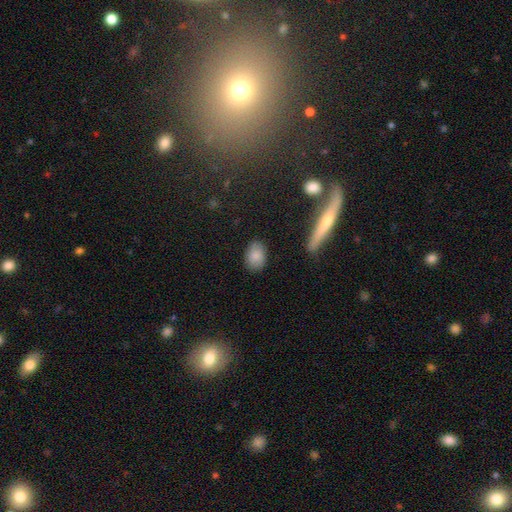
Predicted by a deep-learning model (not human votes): smooth-or-featured: smooth: 86% | star or artifact: 8% | featured or disk: 7%
  how-rounded: in between: 82% | round: 16% | cigar-shaped: 2%
  merging: none: 84% | minor disturbance: 11% | major disturbance: 3% | merger: 2%